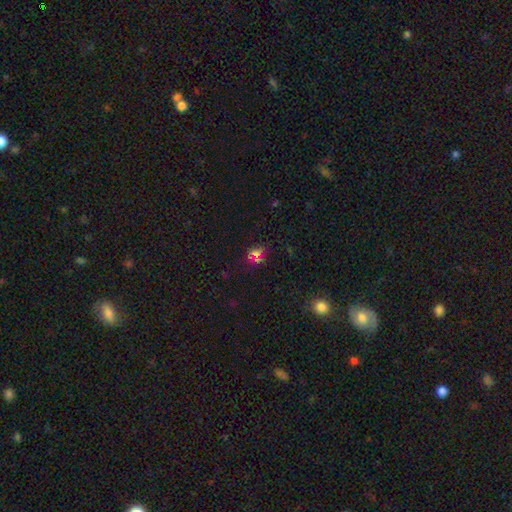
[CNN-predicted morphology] smooth_or_featured: smooth (p=0.48) [alt: star or artifact p=0.43]
merging: none (p=0.76) [alt: minor disturbance p=0.12]